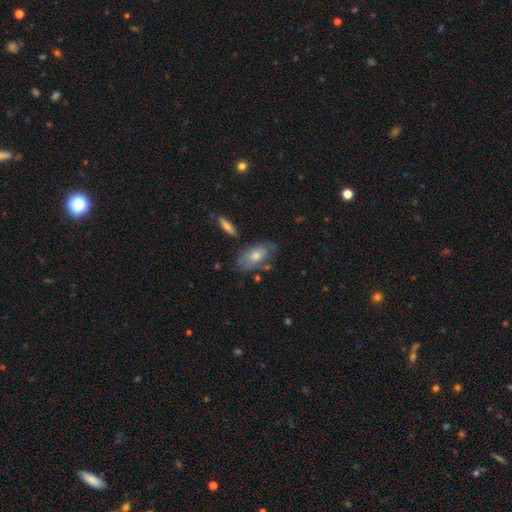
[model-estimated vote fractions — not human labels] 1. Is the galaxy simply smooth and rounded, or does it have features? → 61% smooth, 33% featured or disk, 7% star or artifact.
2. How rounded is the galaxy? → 90% in between, 5% round, 5% cigar-shaped.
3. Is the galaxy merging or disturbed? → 58% none, 27% minor disturbance, 9% major disturbance, 6% merger.